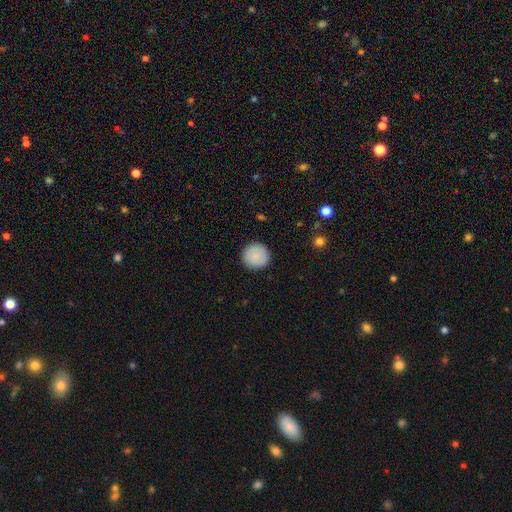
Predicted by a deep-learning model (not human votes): Smooth or featured?
  - smooth: 86% *
  - star or artifact: 7%
  - featured or disk: 6%
How rounded?
  - round: 94% *
  - in between: 5%
  - cigar-shaped: 1%
Merging?
  - none: 91% *
  - minor disturbance: 6%
  - major disturbance: 2%
  - merger: 1%